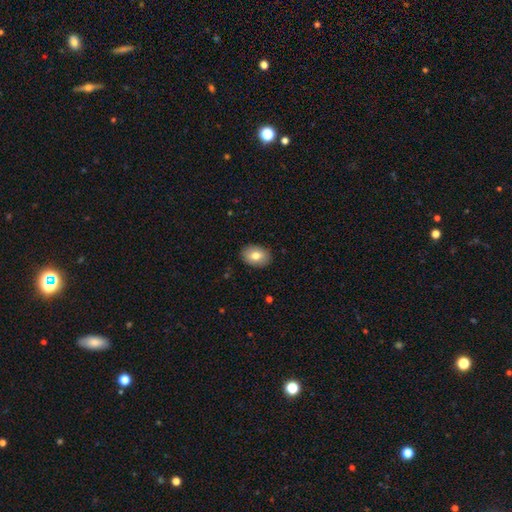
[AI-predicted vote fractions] Morphology: type=smooth (78%); roundness=in between (74%); merging=none (89%).